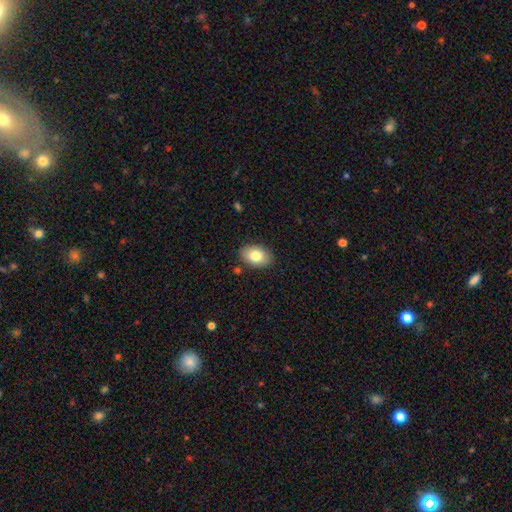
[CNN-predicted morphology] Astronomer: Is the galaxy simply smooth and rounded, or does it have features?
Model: smooth — 81%.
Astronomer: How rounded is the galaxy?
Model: in between — 89%.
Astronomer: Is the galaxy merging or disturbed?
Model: none — 86%.